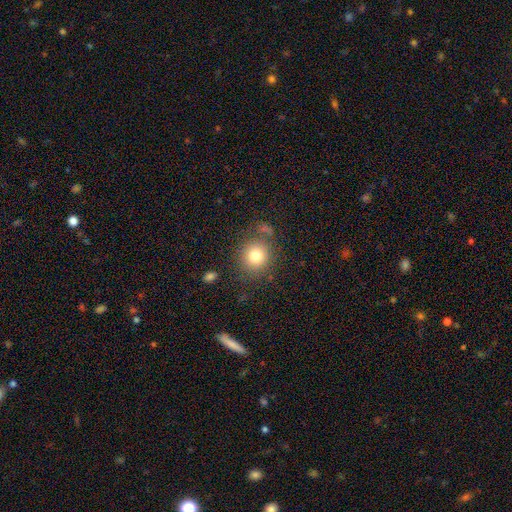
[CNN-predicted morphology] This is clearly a smooth galaxy (80%). How rounded: clearly round (85%). Merging: likely none (77%).